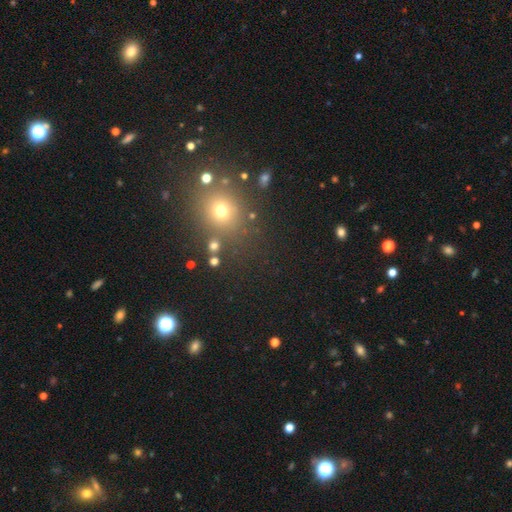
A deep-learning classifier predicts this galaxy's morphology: type=star or artifact (46%).